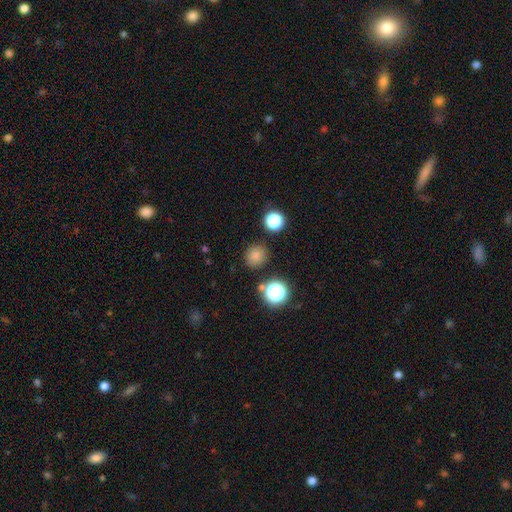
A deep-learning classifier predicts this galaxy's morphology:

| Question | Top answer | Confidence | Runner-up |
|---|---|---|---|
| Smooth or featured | smooth | 79% | star or artifact (16%) |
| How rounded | round | 85% | in between (14%) |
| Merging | none | 85% | minor disturbance (9%) |